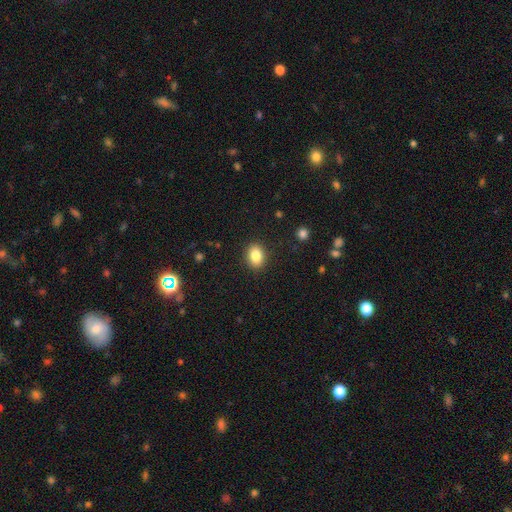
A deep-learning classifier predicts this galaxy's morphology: Smooth or featured? Predicted: smooth (p=0.84). How rounded? Predicted: in between (p=0.64). Merging? Predicted: none (p=0.89).